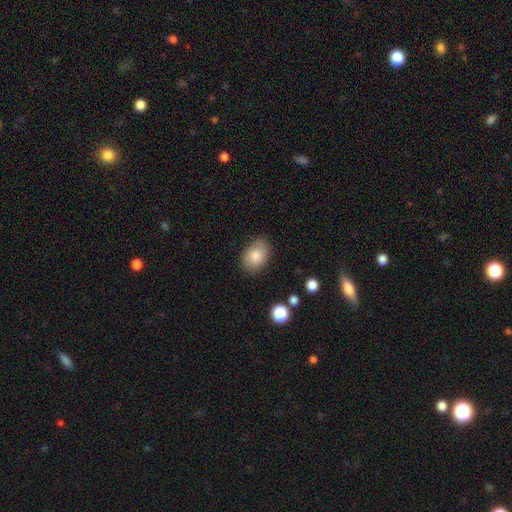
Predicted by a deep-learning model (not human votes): smooth 84%, featured or disk 9%, star or artifact 7%. Down the decision tree: how rounded — in between (81%); merging — none (79%).